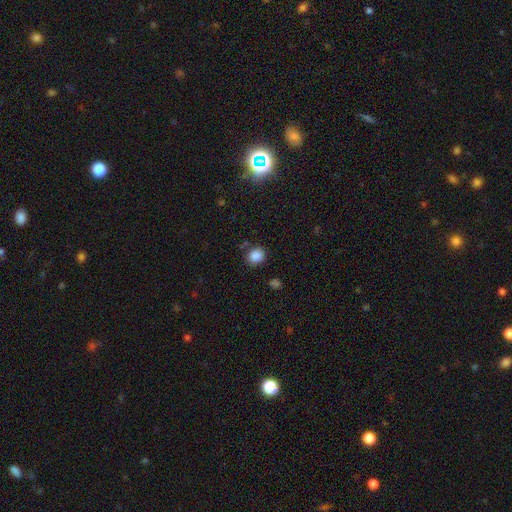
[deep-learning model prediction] smooth_or_featured: smooth (p=0.86) [alt: star or artifact p=0.10]
how_rounded: round (p=0.71) [alt: in between p=0.28]
merging: none (p=0.79) [alt: minor disturbance p=0.13]